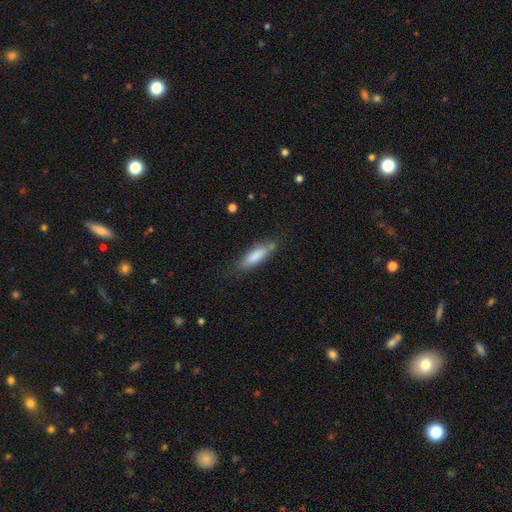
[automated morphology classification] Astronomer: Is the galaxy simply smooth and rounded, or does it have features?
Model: smooth — 81%.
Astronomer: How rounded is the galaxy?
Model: cigar-shaped — 61% (runner-up: in between, 38%).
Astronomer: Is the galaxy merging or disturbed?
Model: none — 74%.